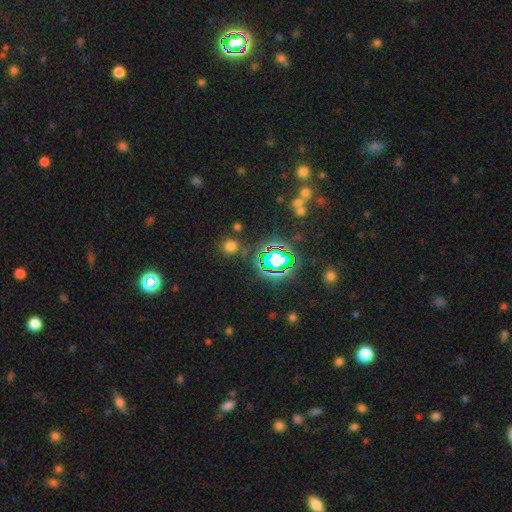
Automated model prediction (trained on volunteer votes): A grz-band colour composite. It shows a star or artifact, not a galaxy (75%).